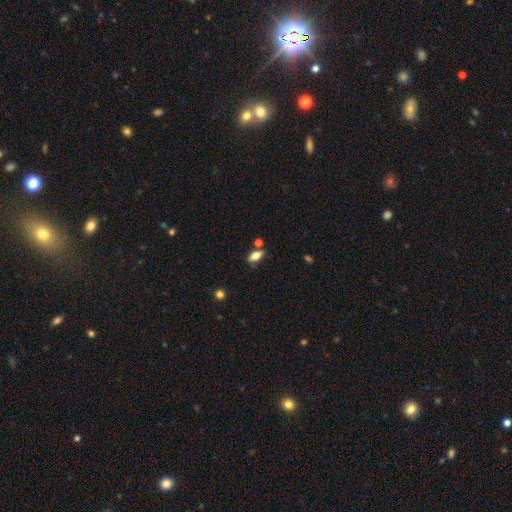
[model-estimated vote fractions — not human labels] Smooth or featured: smooth — 74% (featured or disk — 17%)
How rounded: in between — 85% (cigar-shaped — 9%)
Merging: none — 70% (minor disturbance — 15%)